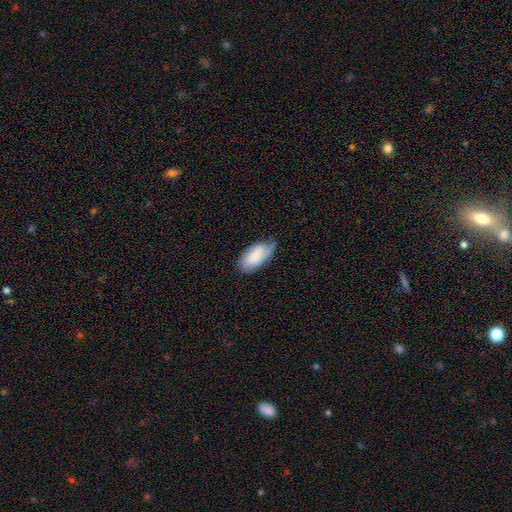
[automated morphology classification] smooth_or_featured: smooth (p=0.74) [alt: featured or disk p=0.19]
how_rounded: in between (p=0.94) [alt: cigar-shaped p=0.03]
merging: none (p=0.52) [alt: minor disturbance p=0.37]